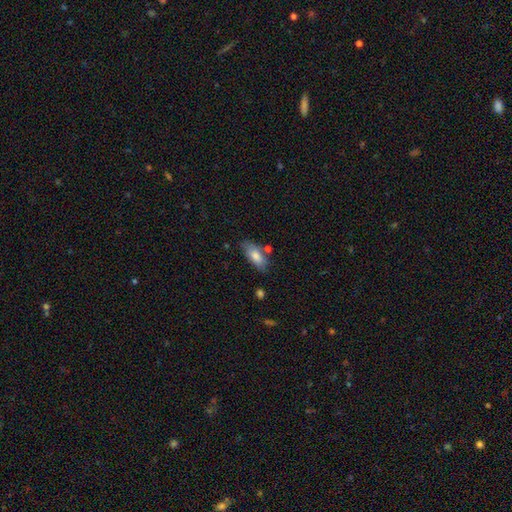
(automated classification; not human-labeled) Smooth or featured?
  - smooth: 79% *
  - featured or disk: 15%
  - star or artifact: 7%
How rounded?
  - in between: 83% *
  - cigar-shaped: 14%
  - round: 2%
Merging?
  - none: 72% *
  - minor disturbance: 17%
  - merger: 7%
  - major disturbance: 4%